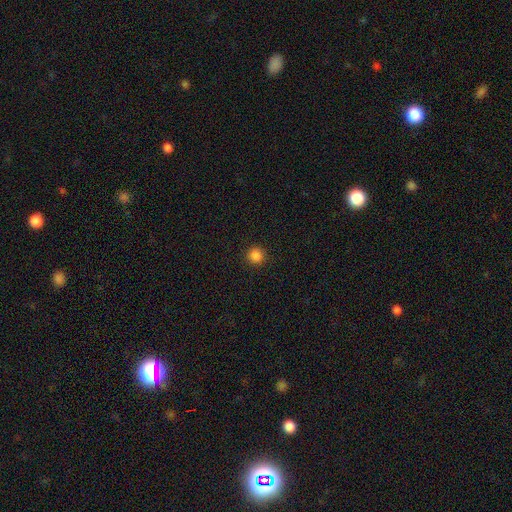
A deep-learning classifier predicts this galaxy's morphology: smooth-or-featured: smooth: 85% | star or artifact: 12% | featured or disk: 4%
  how-rounded: round: 95% | in between: 4% | cigar-shaped: 1%
  merging: none: 93% | minor disturbance: 5% | major disturbance: 2% | merger: 1%